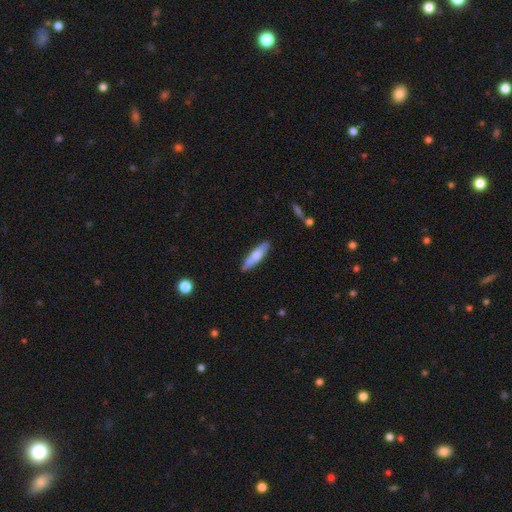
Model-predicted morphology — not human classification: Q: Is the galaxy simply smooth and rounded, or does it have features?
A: smooth — 65%.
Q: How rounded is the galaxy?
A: cigar-shaped — 77%.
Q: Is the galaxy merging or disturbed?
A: none — 85%.